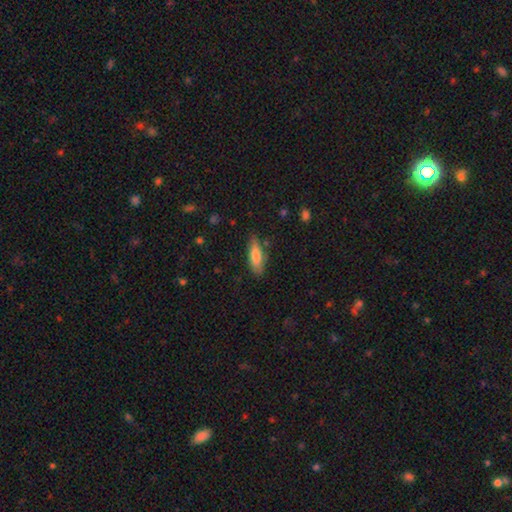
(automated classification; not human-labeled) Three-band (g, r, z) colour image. It shows a smooth galaxy with no disk features (77%) that is in between round and cigar-shaped (58%). Merging: none (74%).